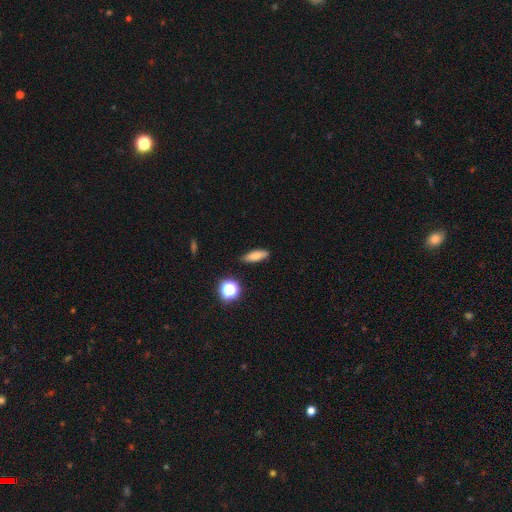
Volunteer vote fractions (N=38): smooth-or-featured: smooth: 89% | featured or disk: 11% | star or artifact: 0%
  how-rounded: in between: 59% | cigar-shaped: 41% | round: 0%
  merging: none: 84% | minor disturbance: 11% | major disturbance: 3% | merger: 3%